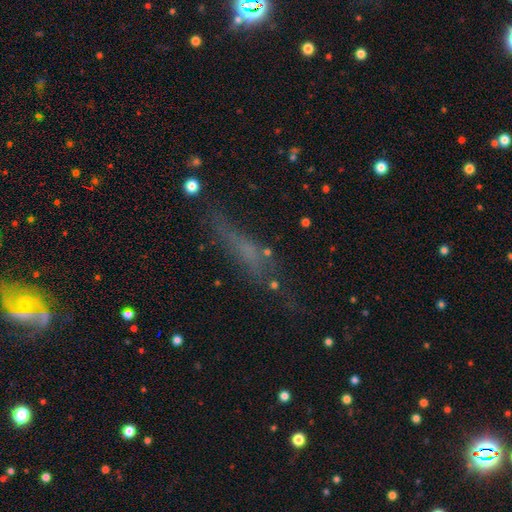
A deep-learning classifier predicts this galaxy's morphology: Overall: smooth (47%; featured or disk 32%). Merging: none (55%; minor disturbance 22%).